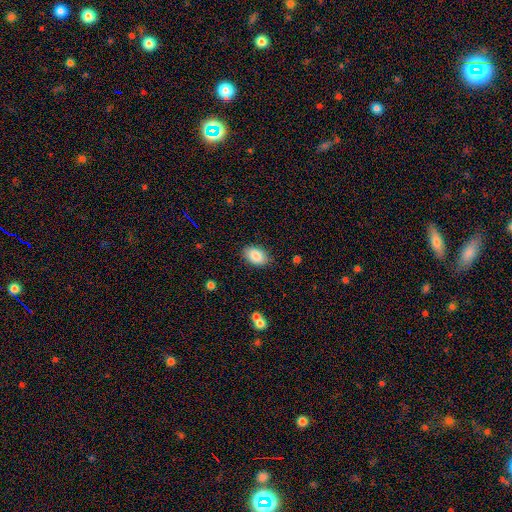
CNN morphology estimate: Smooth or featured?
  - smooth: 86% *
  - star or artifact: 7%
  - featured or disk: 7%
How rounded?
  - in between: 91% *
  - round: 8%
  - cigar-shaped: 1%
Merging?
  - none: 85% *
  - minor disturbance: 11%
  - major disturbance: 2%
  - merger: 1%